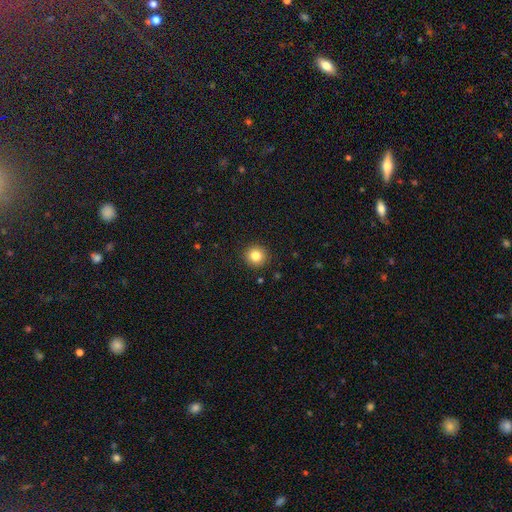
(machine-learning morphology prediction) Overall: smooth (83%). How rounded: round (94%). Merging: none (92%).